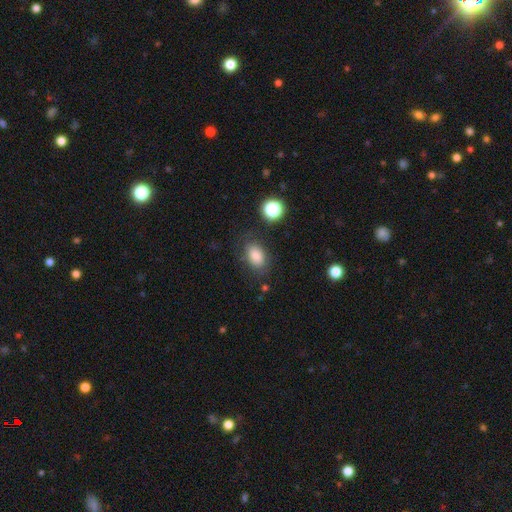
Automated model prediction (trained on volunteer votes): Q: Smooth or featured?
A: smooth (82%); runner-up: star or artifact (11%)
Q: How rounded?
A: in between (85%); runner-up: round (14%)
Q: Merging?
A: none (76%); runner-up: minor disturbance (15%)